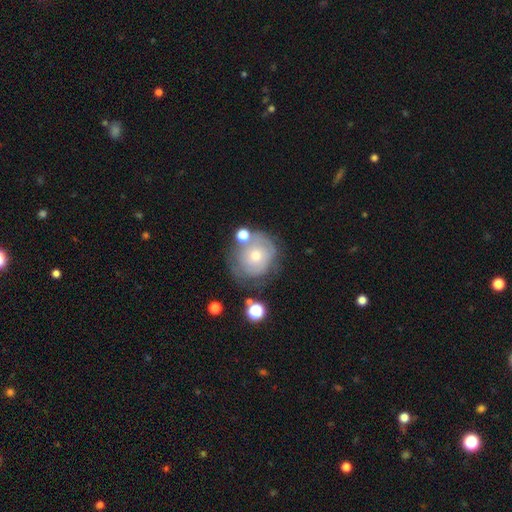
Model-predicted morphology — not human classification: Smooth or featured? featured or disk (50%)
Edge-on disk? no (97%)
Merging? none (60%)